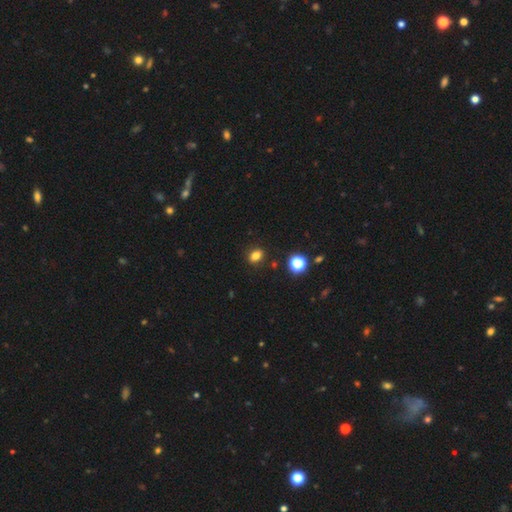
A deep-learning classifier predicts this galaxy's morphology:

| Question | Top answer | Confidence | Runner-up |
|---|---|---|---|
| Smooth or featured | smooth | 80% | star or artifact (14%) |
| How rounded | in between | 62% | round (36%) |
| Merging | none | 88% | minor disturbance (8%) |